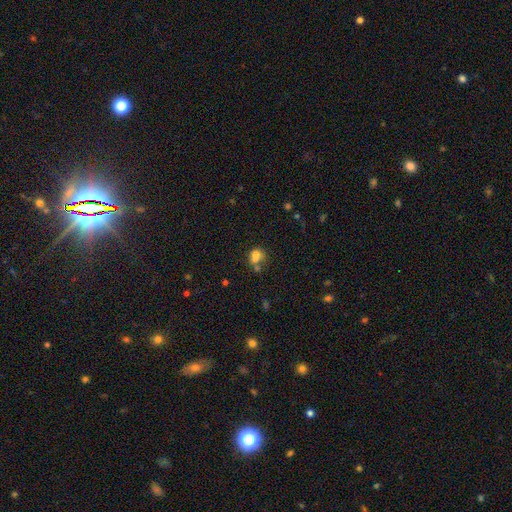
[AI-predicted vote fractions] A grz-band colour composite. It shows a smooth galaxy with no disk features (72%) that is round (59%). Merging: merger (45%).